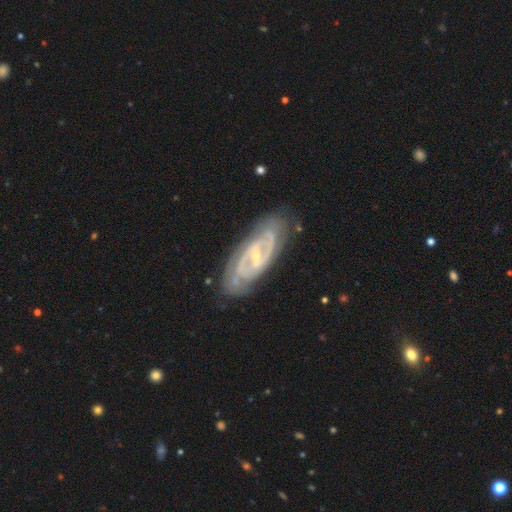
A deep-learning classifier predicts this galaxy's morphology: Smooth or featured? Predicted: featured or disk (p=0.88). Edge-on disk? Predicted: no (p=0.93). Bar? Predicted: weak (p=0.43). Spiral arms? Predicted: yes (p=0.96). Spiral winding? Predicted: tight (p=0.50). Spiral arm count? Predicted: 2 (p=0.71). Bulge size? Predicted: small (p=0.76). Merging? Predicted: none (p=0.79).